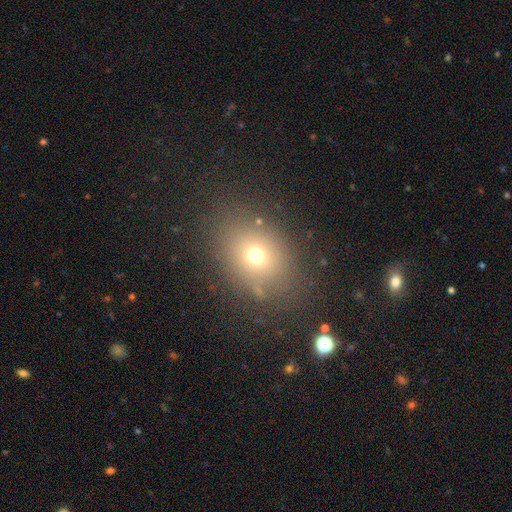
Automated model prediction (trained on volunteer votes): A smooth galaxy with no disk features (68%) that is round (50%).

Vote fractions:
- Smooth or featured? smooth: 68% / star or artifact: 19% / featured or disk: 13%
- How rounded? round: 50% / in between: 49% / cigar-shaped: 1%
- Merging? none: 80% / minor disturbance: 12% / major disturbance: 6% / merger: 2%